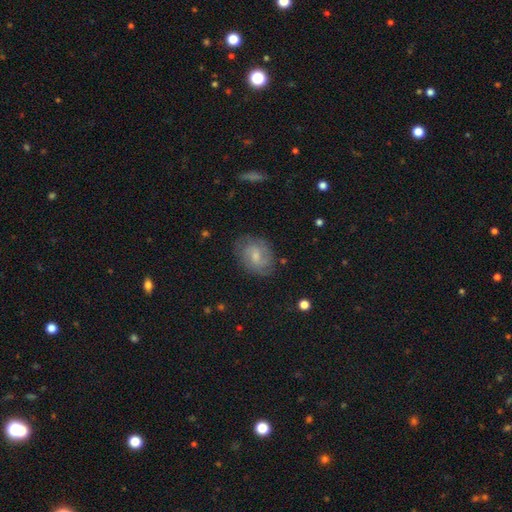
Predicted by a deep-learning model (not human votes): featured or disk 62%, smooth 31%, star or artifact 8%. Down the decision tree: edge-on disk — no (97%); bar — weak (49%); spiral arms — yes (87%); spiral arm count — 2 (49%); spiral winding — tight (44%); bulge size — small (51%); merging — none (74%).